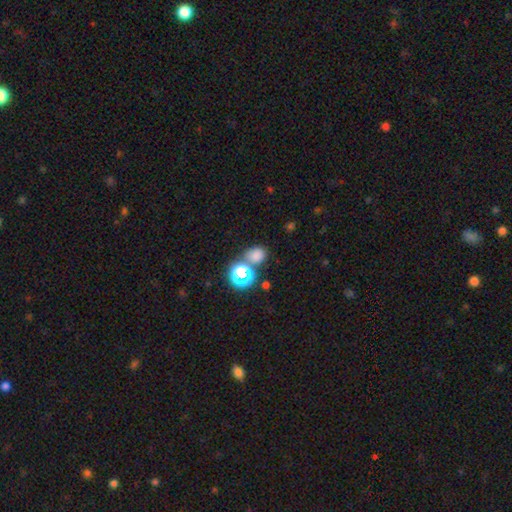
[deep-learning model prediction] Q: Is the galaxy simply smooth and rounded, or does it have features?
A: smooth — 71%.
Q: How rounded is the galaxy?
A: round — 66%.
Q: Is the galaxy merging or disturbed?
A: none — 62%.